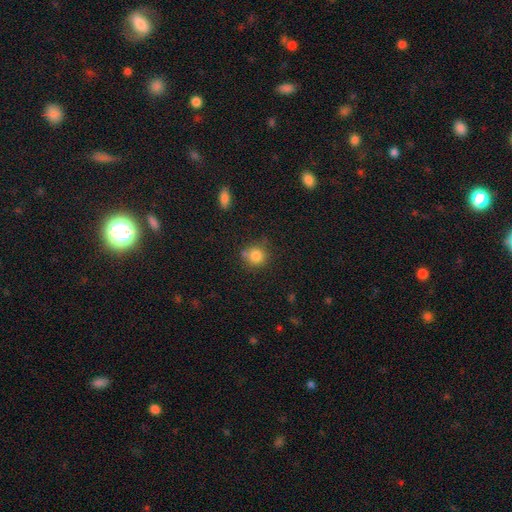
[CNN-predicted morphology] A smooth galaxy with no disk features (83%) that is round (88%).

Vote fractions:
- Smooth or featured? smooth: 83% / star or artifact: 11% / featured or disk: 7%
- How rounded? round: 88% / in between: 11% / cigar-shaped: 1%
- Merging? none: 69% / minor disturbance: 15% / merger: 11% / major disturbance: 4%